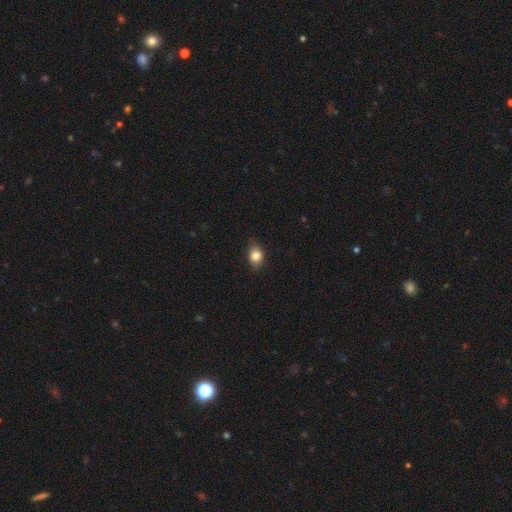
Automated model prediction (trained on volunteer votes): smooth_or_featured: smooth (p=0.82) [alt: star or artifact p=0.09]
how_rounded: in between (p=0.61) [alt: round p=0.38]
merging: none (p=0.73) [alt: minor disturbance p=0.22]